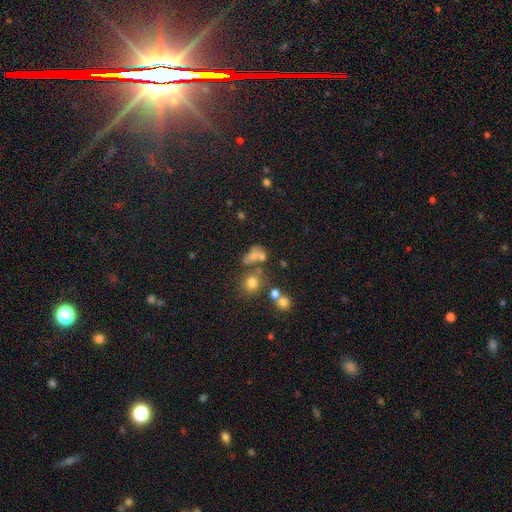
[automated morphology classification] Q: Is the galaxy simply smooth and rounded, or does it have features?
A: smooth — 62%.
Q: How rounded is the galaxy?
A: in between — 62%.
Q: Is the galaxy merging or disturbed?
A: merger — 38%.